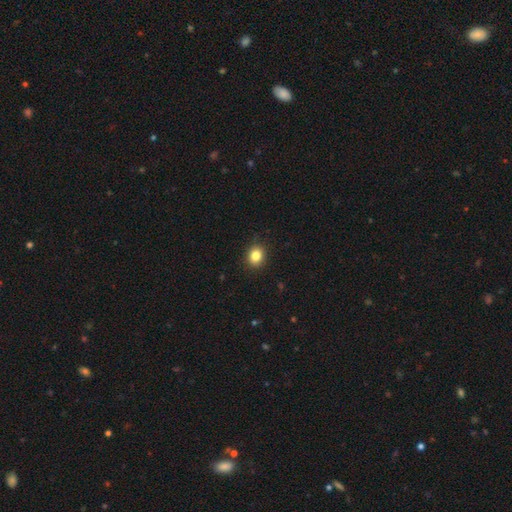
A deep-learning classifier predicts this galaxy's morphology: This is clearly a smooth galaxy (84%). How rounded: likely round (71%). Merging: clearly none (89%).